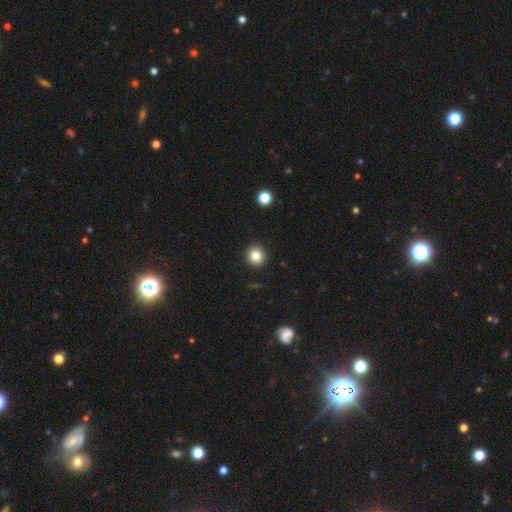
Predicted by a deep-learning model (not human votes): Smooth or featured? smooth (83%)
How rounded? round (91%)
Merging? none (92%)